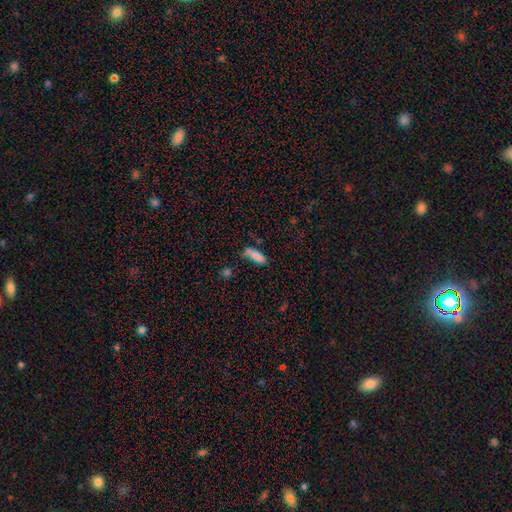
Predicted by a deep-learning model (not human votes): A smooth galaxy with no disk features (80%) that is in between round and cigar-shaped (55%).

Vote fractions:
- Smooth or featured? smooth: 80% / featured or disk: 12% / star or artifact: 8%
- How rounded? in between: 55% / cigar-shaped: 43% / round: 2%
- Merging? none: 57% / minor disturbance: 27% / major disturbance: 9% / merger: 8%